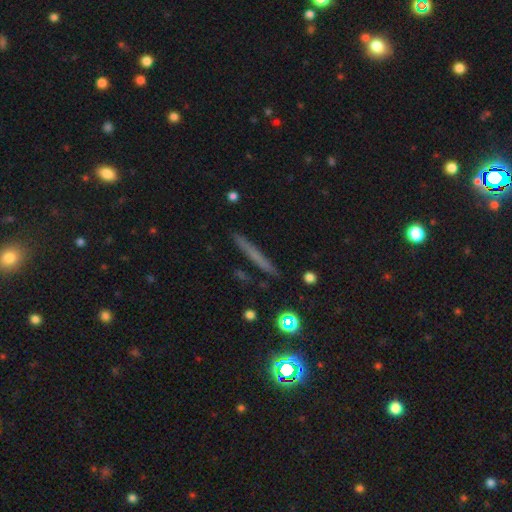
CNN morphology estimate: Smooth or featured: smooth — 53% (featured or disk — 36%)
How rounded: cigar-shaped — 94% (in between — 3%)
Merging: none — 89% (minor disturbance — 8%)